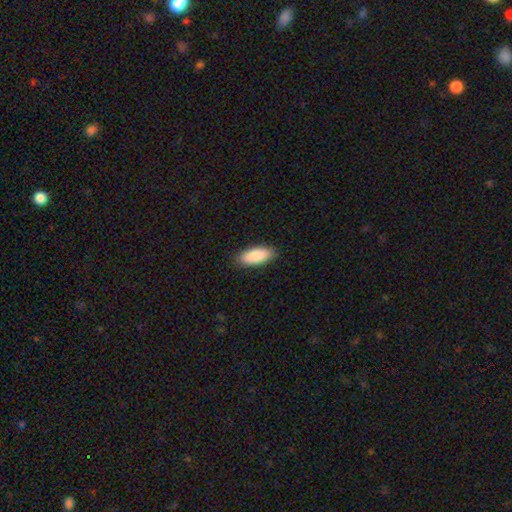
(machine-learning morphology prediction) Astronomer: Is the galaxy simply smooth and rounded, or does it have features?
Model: smooth — 87%.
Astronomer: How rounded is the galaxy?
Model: in between — 82%.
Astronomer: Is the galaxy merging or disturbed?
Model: none — 89%.